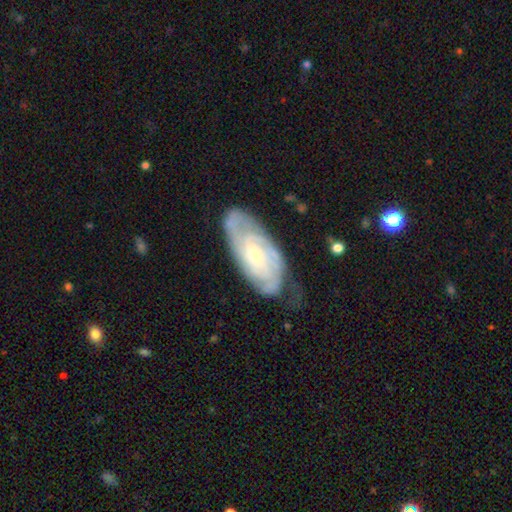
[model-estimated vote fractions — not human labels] A featured or disk galaxy (80%) with no bar (65%), can't tell (35%, tied with 2) tight (69%) spiral arms (94%) and a small central bulge (67%).

Vote fractions:
- Smooth or featured? featured or disk: 80% / smooth: 14% / star or artifact: 5%
- Edge-on disk? no: 94% / yes: 6%
- Bar? no: 65% / weak: 28% / strong: 6%
- Spiral arms? yes: 94% / no: 6%
- Spiral winding? tight: 69% / medium: 26% / loose: 5%
- Spiral arm count? can't tell: 35% (tied) / 2: 35% (tied) / 3: 16% / 4: 7% / 1: 4% / more than 4: 4%
- Bulge size? small: 67% / moderate: 27% / none: 3% / large: 2% / dominant: 1%
- Merging? none: 65% / minor disturbance: 24% / major disturbance: 9% / merger: 2%